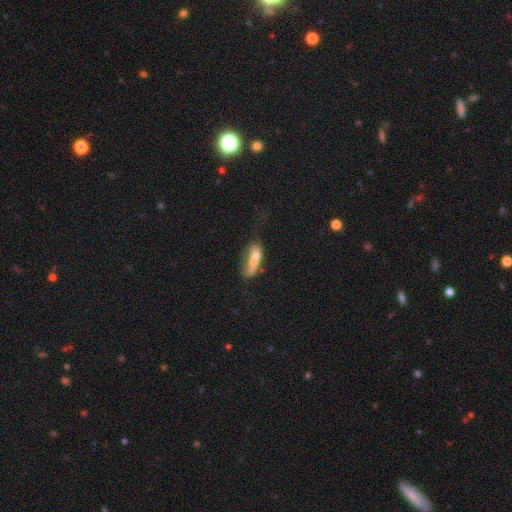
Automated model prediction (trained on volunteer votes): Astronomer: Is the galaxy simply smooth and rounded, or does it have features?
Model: smooth — 56% (runner-up: featured or disk, 34%).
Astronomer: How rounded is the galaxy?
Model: in between — 59% (runner-up: cigar-shaped, 35%).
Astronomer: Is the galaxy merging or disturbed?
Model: merger — 48%.